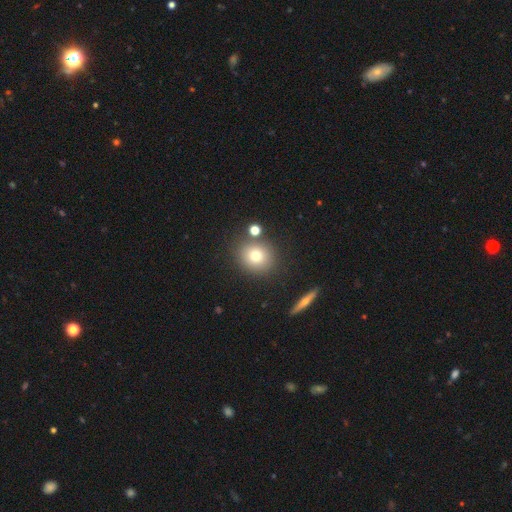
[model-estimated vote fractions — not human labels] Overall: smooth (76%). How rounded: round (83%). Merging: none (79%).